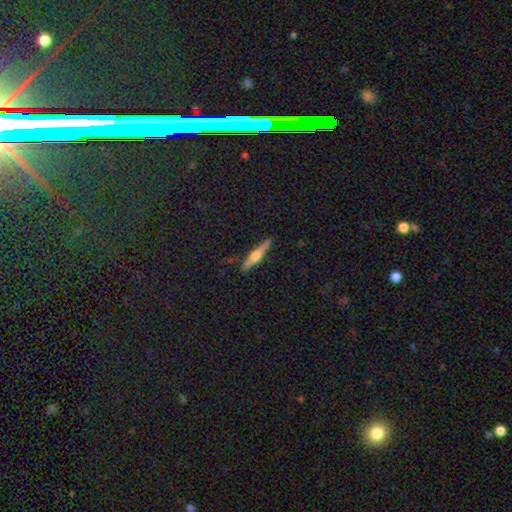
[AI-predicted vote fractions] Smooth or featured?
  - featured or disk: 70% *
  - smooth: 24%
  - star or artifact: 6%
Edge-on disk?
  - yes: 97% *
  - no: 3%
Edge-on bulge?
  - rounded: 92% *
  - boxy: 5%
  - none: 3%
Merging?
  - none: 89% *
  - minor disturbance: 8%
  - major disturbance: 2%
  - merger: 1%